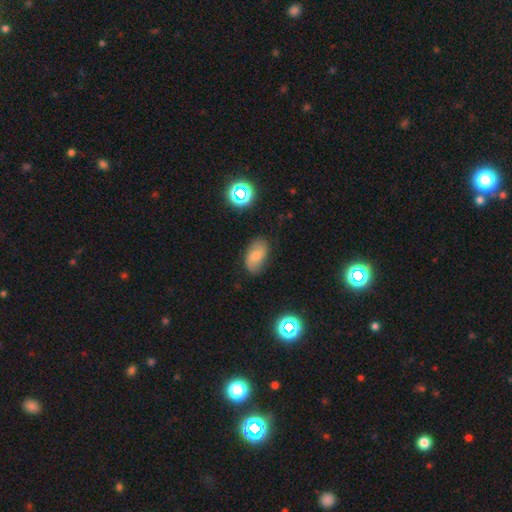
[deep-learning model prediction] Smooth or featured: smooth — 60% (featured or disk — 27%)
How rounded: in between — 91% (round — 8%)
Merging: none — 76% (minor disturbance — 18%)